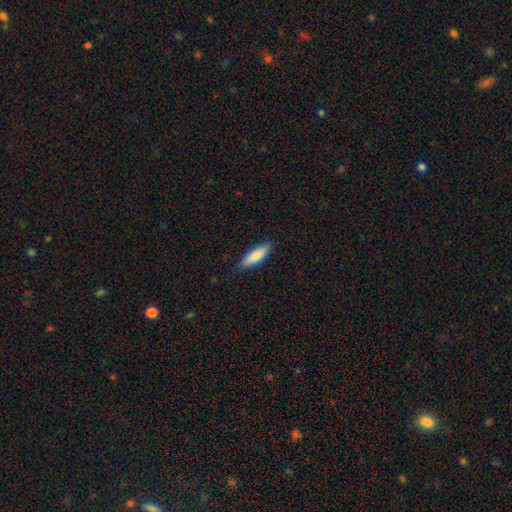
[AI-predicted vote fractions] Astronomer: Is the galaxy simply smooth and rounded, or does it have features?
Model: smooth — 83%.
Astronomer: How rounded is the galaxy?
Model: cigar-shaped — 58% (runner-up: in between, 41%).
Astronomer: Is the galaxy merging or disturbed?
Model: none — 87%.